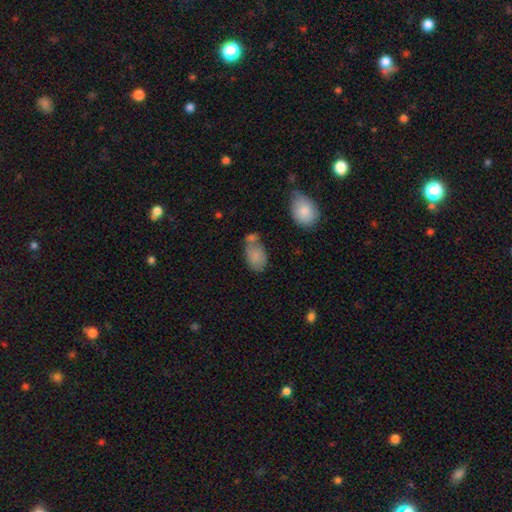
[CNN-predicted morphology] This appears to be a smooth galaxy with no disk features (79%) that is in between round and cigar-shaped (87%). Merging: none (39%).